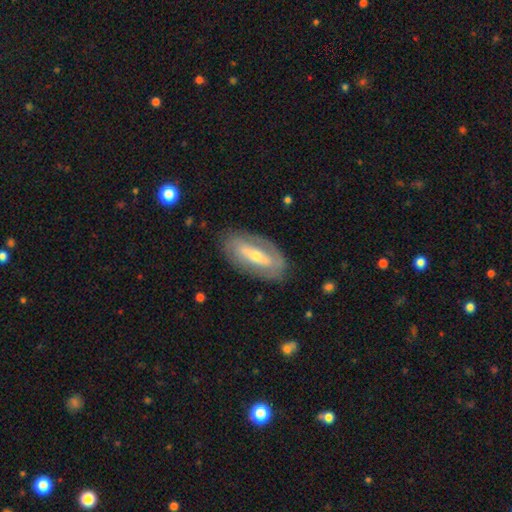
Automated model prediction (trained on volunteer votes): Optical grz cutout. It shows a featured or disk galaxy (67%) with a strong bar (51%), spiral arms (52%) and a small central bulge (50%). Merging: none (80%).